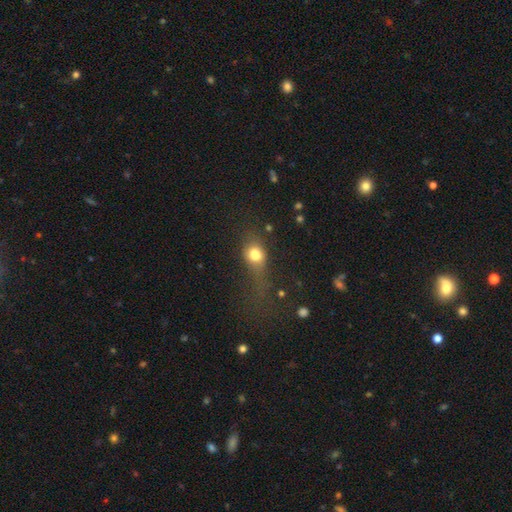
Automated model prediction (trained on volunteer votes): Q: Smooth or featured?
A: smooth (73%); runner-up: featured or disk (13%)
Q: How rounded?
A: in between (49%); runner-up: round (45%)
Q: Merging?
A: major disturbance (39%); runner-up: none (31%)